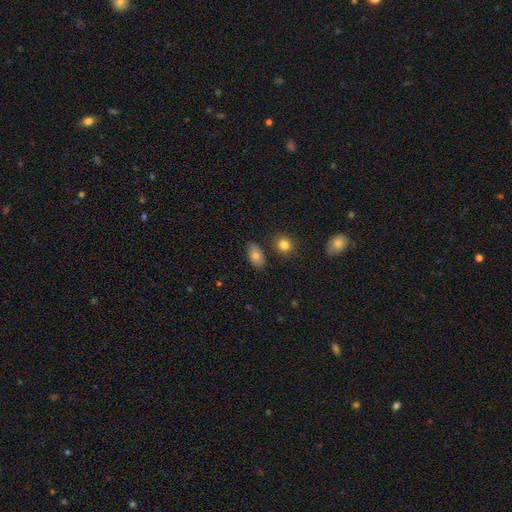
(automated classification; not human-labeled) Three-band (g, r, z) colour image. It shows a smooth galaxy with no disk features (80%) that is in between round and cigar-shaped (89%). Merging: none (80%).